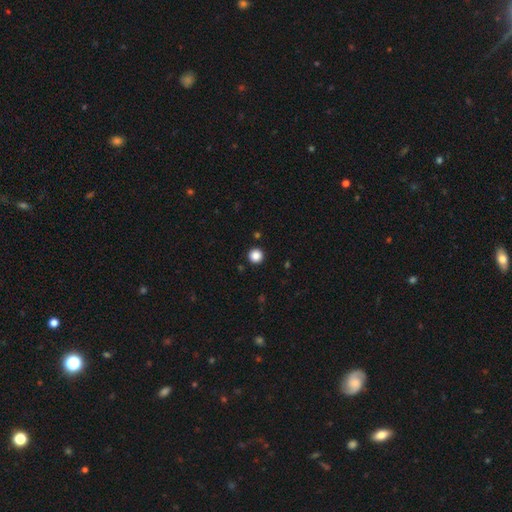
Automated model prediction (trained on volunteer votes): Smooth or featured? smooth (87%)
How rounded? round (96%)
Merging? none (94%)